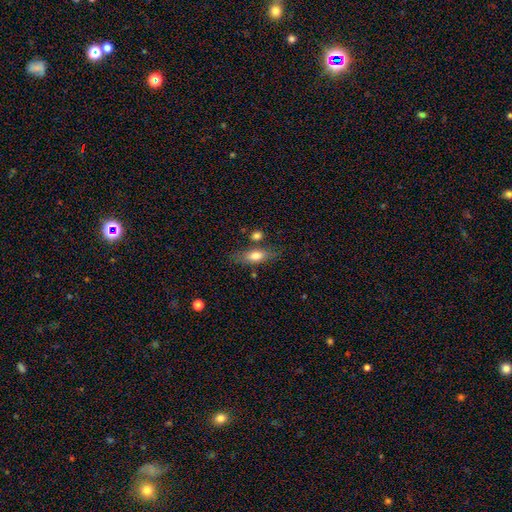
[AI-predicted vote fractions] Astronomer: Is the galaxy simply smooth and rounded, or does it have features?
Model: smooth — 68%.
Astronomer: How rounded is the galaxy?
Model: in between — 66%.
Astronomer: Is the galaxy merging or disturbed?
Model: none — 67%.